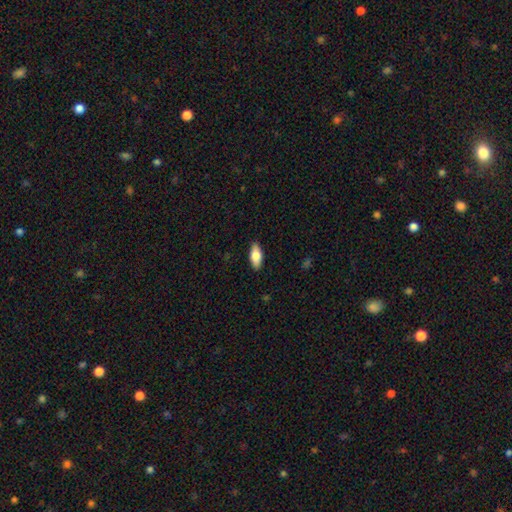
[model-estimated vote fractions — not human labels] Q: Smooth or featured?
A: smooth (76%); runner-up: featured or disk (18%)
Q: How rounded?
A: in between (82%); runner-up: cigar-shaped (15%)
Q: Merging?
A: none (89%); runner-up: minor disturbance (8%)